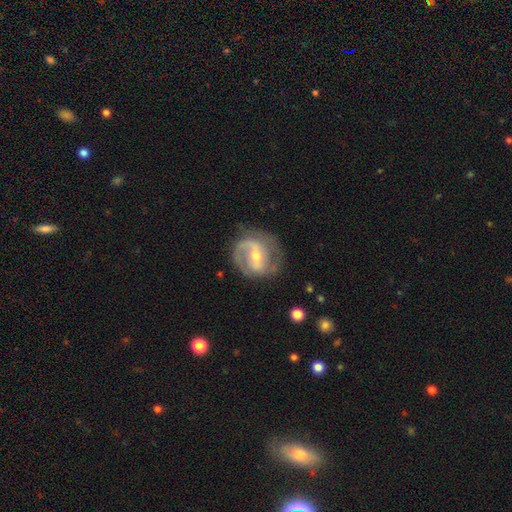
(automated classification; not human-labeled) A featured or disk galaxy (83%) with a weak bar (47%), 2 (71%) medium (48%) spiral arms (91%) and a moderate central bulge (51%). Merging: none (70%).